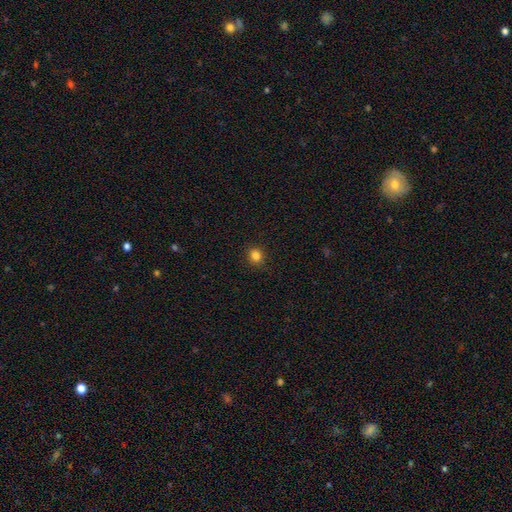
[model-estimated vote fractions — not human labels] smooth_or_featured: smooth (p=0.83) [alt: star or artifact p=0.13]
how_rounded: round (p=0.81) [alt: in between p=0.18]
merging: none (p=0.89) [alt: minor disturbance p=0.08]